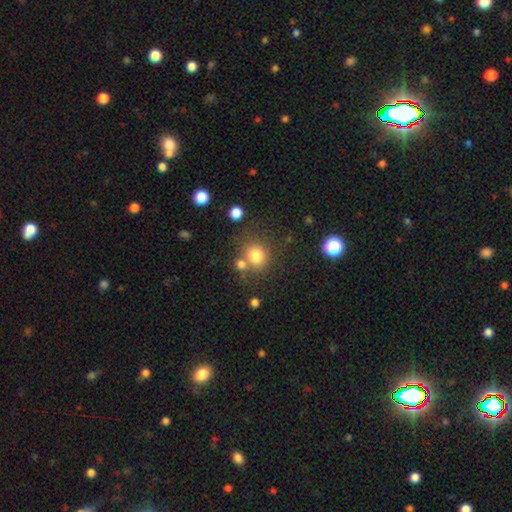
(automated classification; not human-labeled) Smooth or featured?
  - smooth: 79% *
  - star or artifact: 13%
  - featured or disk: 8%
How rounded?
  - round: 84% *
  - in between: 15%
  - cigar-shaped: 1%
Merging?
  - none: 66% *
  - merger: 19%
  - minor disturbance: 11%
  - major disturbance: 5%